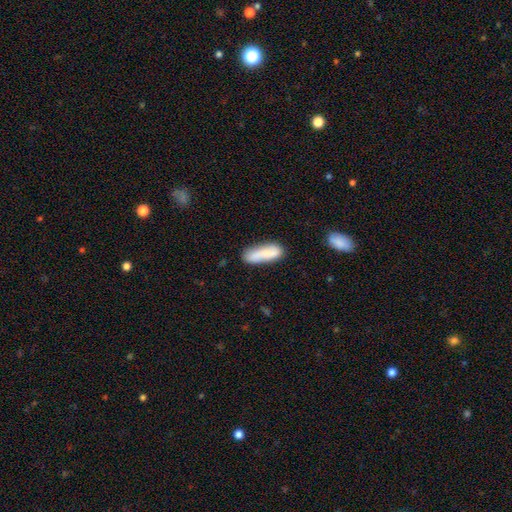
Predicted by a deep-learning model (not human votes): Morphology: type=smooth (78%); roundness=in between (51%); merging=none (68%).